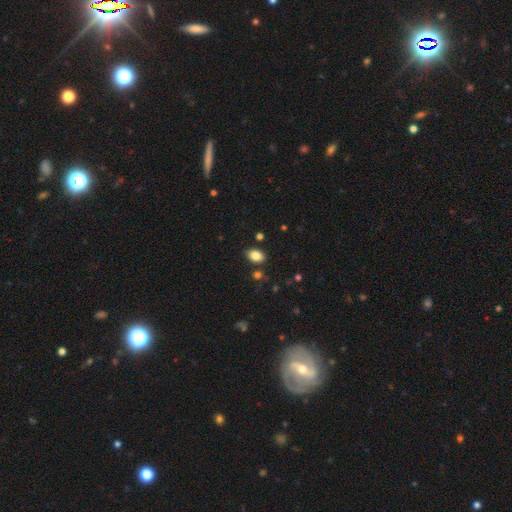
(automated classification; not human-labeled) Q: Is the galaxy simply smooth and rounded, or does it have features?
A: smooth — 84%.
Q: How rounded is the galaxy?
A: in between — 83%.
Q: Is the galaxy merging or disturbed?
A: none — 84%.